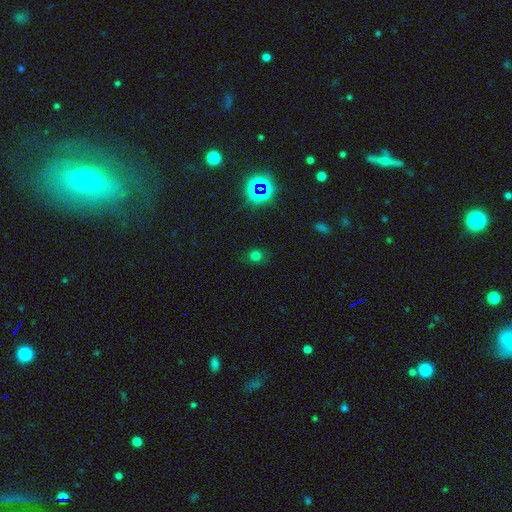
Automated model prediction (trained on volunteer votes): A smooth galaxy with no disk features (65%) that is round (77%).

Vote fractions:
- Smooth or featured? smooth: 65% / star or artifact: 28% / featured or disk: 7%
- How rounded? round: 77% / in between: 21% / cigar-shaped: 1%
- Merging? none: 79% / minor disturbance: 14% / major disturbance: 5% / merger: 2%